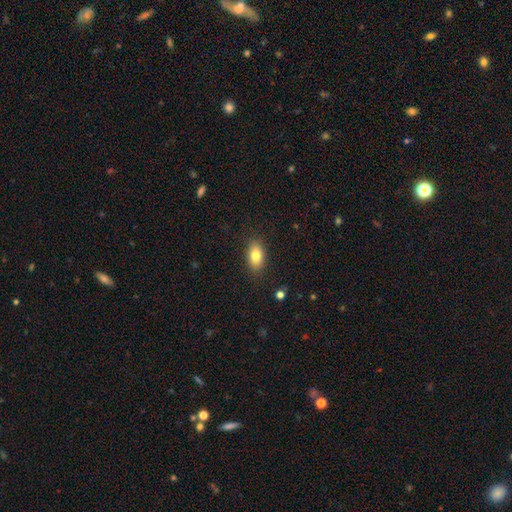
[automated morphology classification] This appears to be a smooth galaxy with no disk features (82%) that is in between round and cigar-shaped (90%). Merging: none (87%).